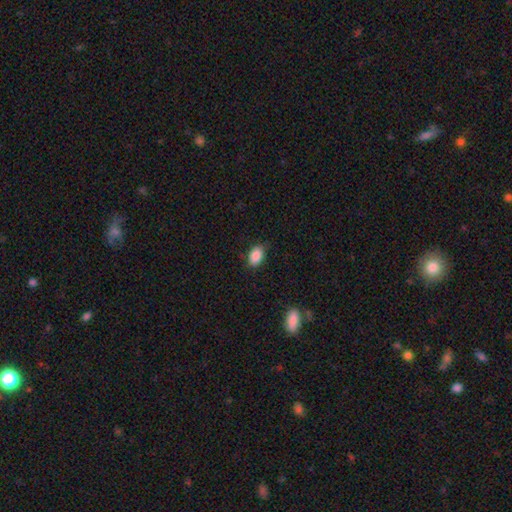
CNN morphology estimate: smooth 88%, star or artifact 8%, featured or disk 4%. Down the decision tree: how rounded — in between (89%); merging — none (80%).